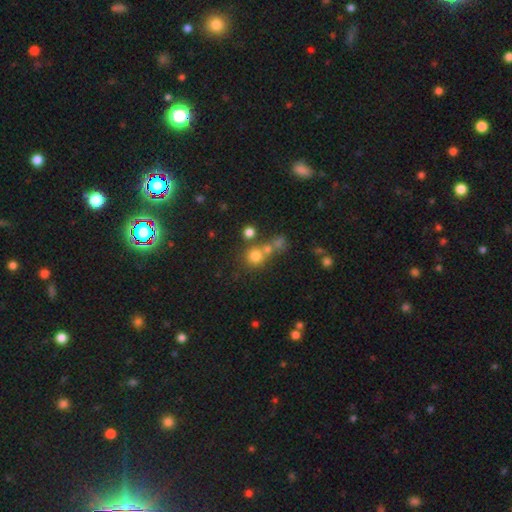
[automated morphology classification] smooth-or-featured: smooth: 73% | star or artifact: 17% | featured or disk: 10%
  how-rounded: round: 89% | in between: 10% | cigar-shaped: 1%
  merging: none: 58% | merger: 29% | minor disturbance: 8% | major disturbance: 5%